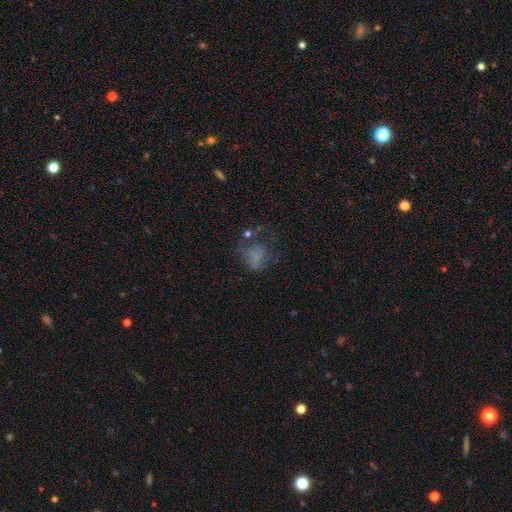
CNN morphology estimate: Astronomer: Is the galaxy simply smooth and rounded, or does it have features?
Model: smooth — 53% (runner-up: featured or disk, 29%).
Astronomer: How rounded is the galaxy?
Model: round — 49%, tied with in between at 49%.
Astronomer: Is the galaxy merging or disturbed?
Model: major disturbance — 42% (runner-up: none, 31%).